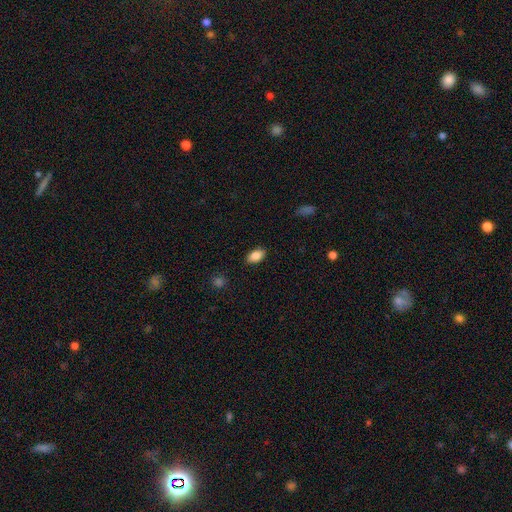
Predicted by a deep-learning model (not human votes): Smooth or featured?
  - smooth: 87% *
  - star or artifact: 8%
  - featured or disk: 5%
How rounded?
  - in between: 92% *
  - round: 5%
  - cigar-shaped: 3%
Merging?
  - none: 87% *
  - minor disturbance: 9%
  - major disturbance: 2%
  - merger: 1%